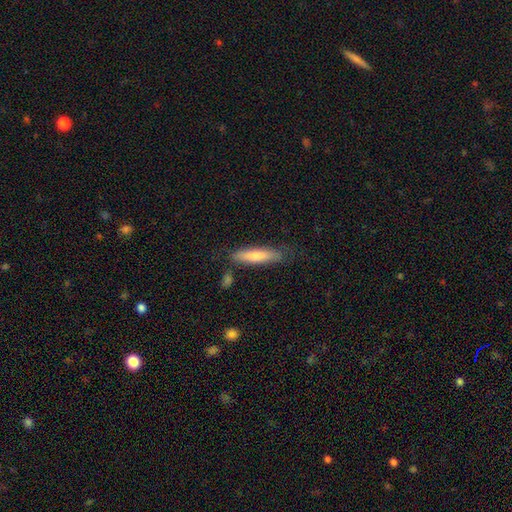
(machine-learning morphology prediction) Smooth or featured? Predicted: smooth (p=0.57). How rounded? Predicted: cigar-shaped (p=0.86). Merging? Predicted: none (p=0.76).